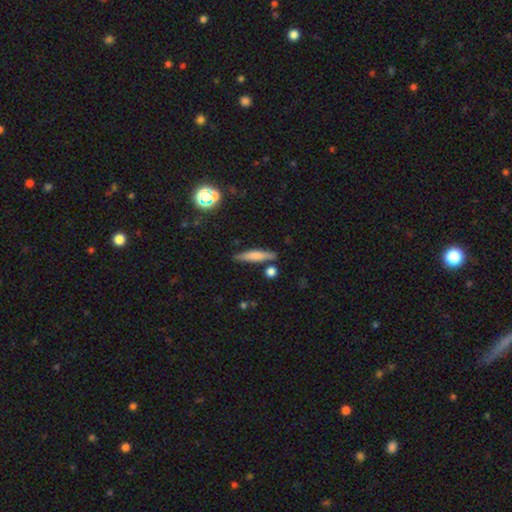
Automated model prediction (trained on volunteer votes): Q: Smooth or featured?
A: smooth (64%); runner-up: featured or disk (29%)
Q: How rounded?
A: cigar-shaped (84%); runner-up: in between (13%)
Q: Merging?
A: none (82%); runner-up: minor disturbance (10%)